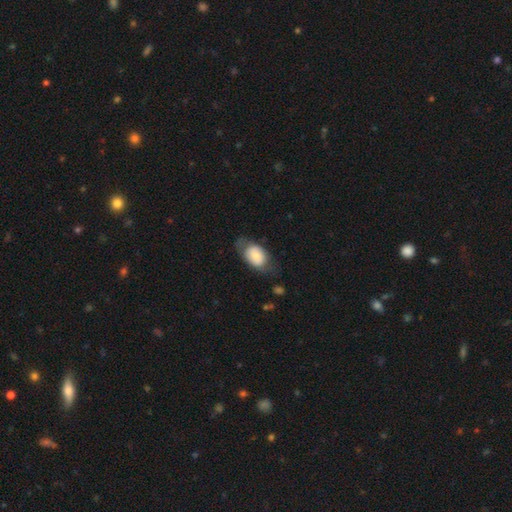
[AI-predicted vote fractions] A smooth galaxy with no disk features (71%) that is in between round and cigar-shaped (85%).

Vote fractions:
- Smooth or featured? smooth: 71% / featured or disk: 23% / star or artifact: 6%
- How rounded? in between: 85% / round: 13% / cigar-shaped: 2%
- Merging? none: 58% / minor disturbance: 25% / major disturbance: 15% / merger: 2%